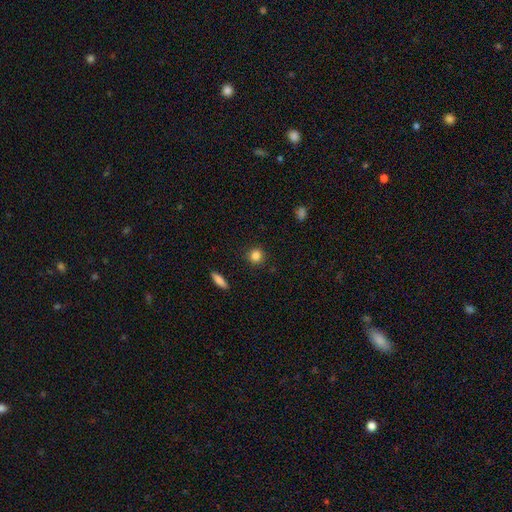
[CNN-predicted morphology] The model was most divided on "smooth or featured": smooth: 85%, star or artifact: 10%, featured or disk: 5%. More confident: merging — none (90%); how rounded — round (89%).